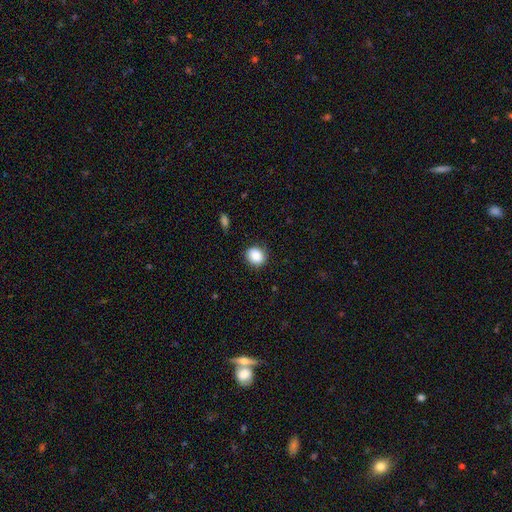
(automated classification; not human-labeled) A smooth galaxy with no disk features (88%) that is round (67%). Merging: none (85%).